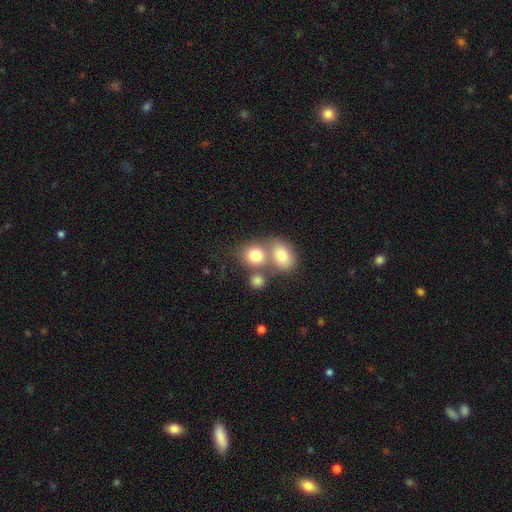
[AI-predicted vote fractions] smooth-or-featured: smooth: 78% | featured or disk: 12% | star or artifact: 10%
  how-rounded: round: 61% | in between: 38% | cigar-shaped: 1%
  merging: merger: 47% | none: 39% | minor disturbance: 9% | major disturbance: 5%